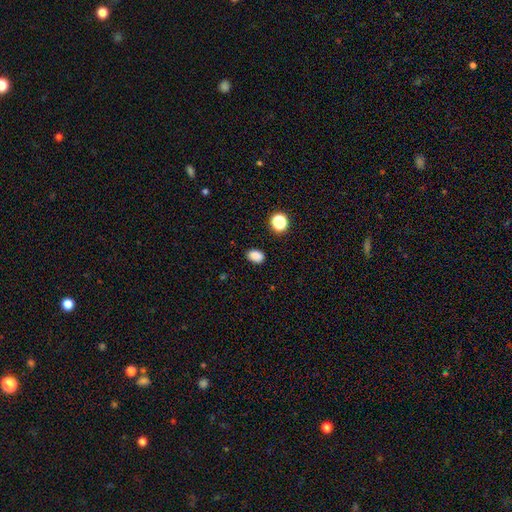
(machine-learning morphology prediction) smooth_or_featured: smooth (p=0.85) [alt: star or artifact p=0.12]
how_rounded: in between (p=0.76) [alt: round p=0.23]
merging: none (p=0.86) [alt: minor disturbance p=0.10]